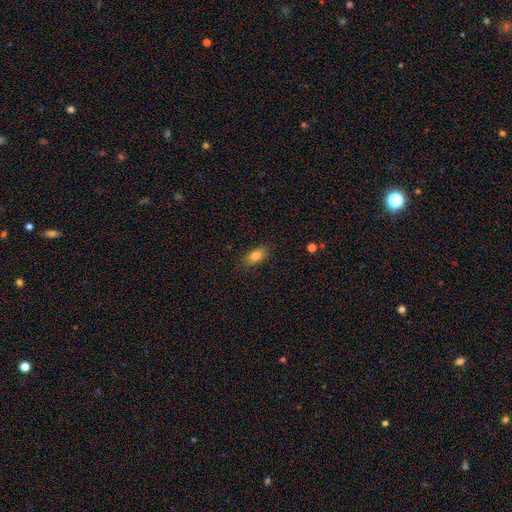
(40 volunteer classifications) Overall: smooth (80%). How rounded: in between (91%). Merging: none (81%).